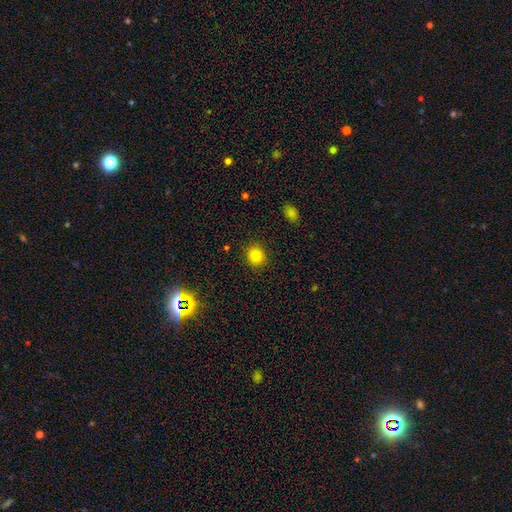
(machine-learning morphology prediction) Overall: smooth (81%). How rounded: round (80%). Merging: none (89%).